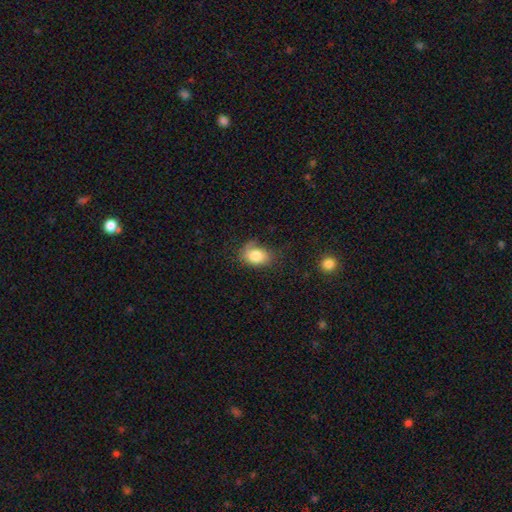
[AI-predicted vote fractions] smooth_or_featured: smooth (p=0.80) [alt: featured or disk p=0.12]
how_rounded: in between (p=0.74) [alt: round p=0.25]
merging: none (p=0.54) [alt: minor disturbance p=0.30]